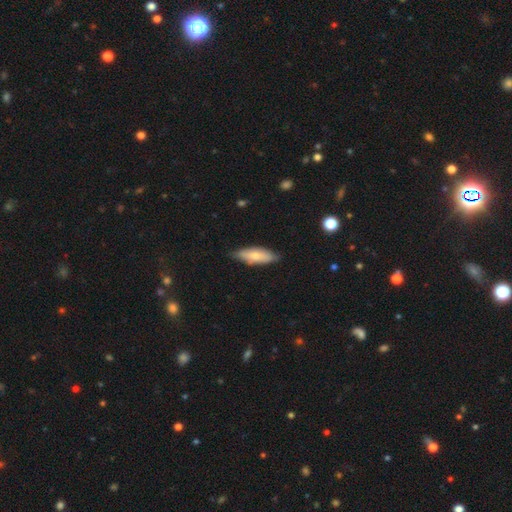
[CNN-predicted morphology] A smooth galaxy with no disk features (67%) that is in between round and cigar-shaped (61%). Merging: none (78%).